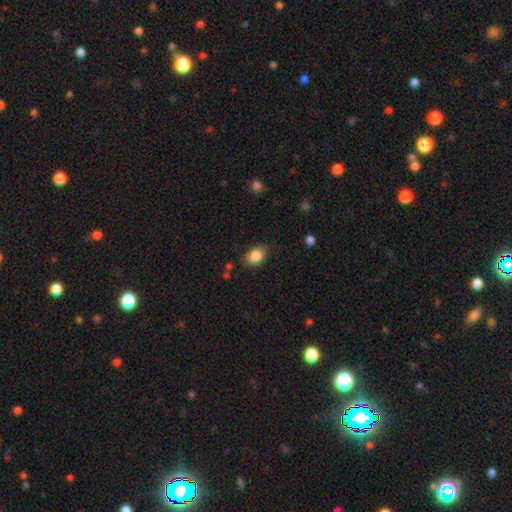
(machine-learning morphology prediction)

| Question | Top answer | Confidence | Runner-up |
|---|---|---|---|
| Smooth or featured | smooth | 86% | star or artifact (8%) |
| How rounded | in between | 81% | round (18%) |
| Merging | none | 81% | minor disturbance (14%) |